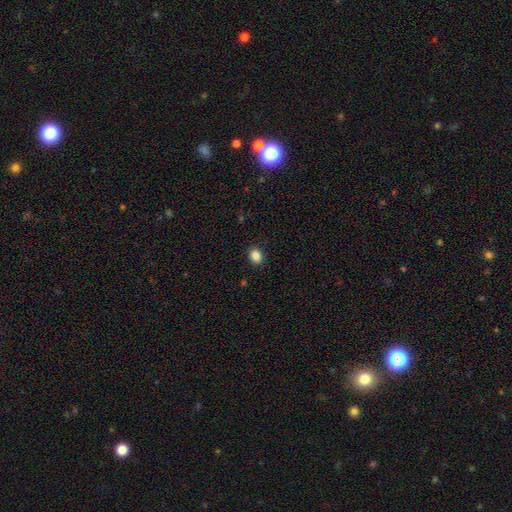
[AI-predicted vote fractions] This appears to be a smooth galaxy with no disk features (87%) that is in between round and cigar-shaped (62%). Merging: none (90%).